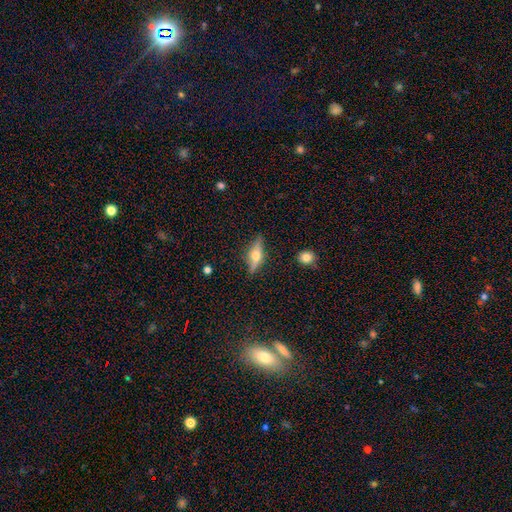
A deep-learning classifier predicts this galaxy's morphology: A featured or disk galaxy (61%) viewed edge-on (92%) with a rounded central bulge (94%). Merging: none (83%).